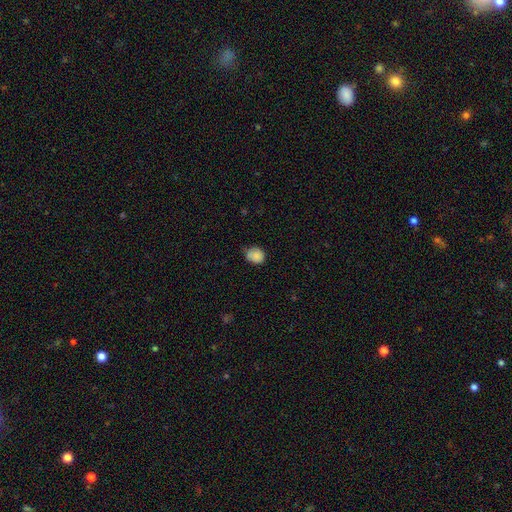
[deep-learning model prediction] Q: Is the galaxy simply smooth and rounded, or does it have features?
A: smooth — 86%.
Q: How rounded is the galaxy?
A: round — 67%.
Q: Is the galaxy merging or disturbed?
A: none — 62%.